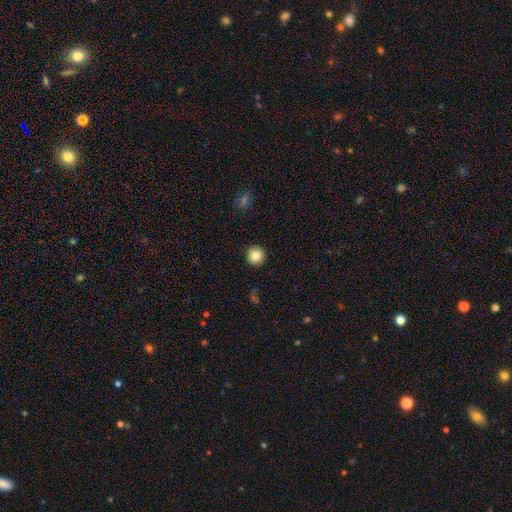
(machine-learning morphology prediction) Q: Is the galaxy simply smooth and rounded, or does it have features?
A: smooth — 84%.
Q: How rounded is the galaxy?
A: round — 95%.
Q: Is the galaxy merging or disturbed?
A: none — 92%.